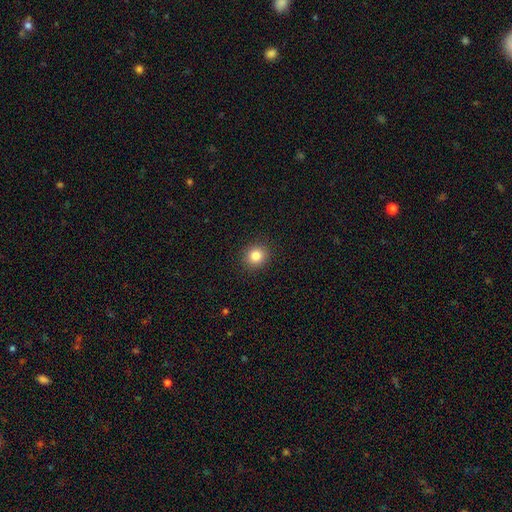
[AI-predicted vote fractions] Smooth or featured: smooth — 83% (star or artifact — 11%)
How rounded: round — 88% (in between — 11%)
Merging: none — 92% (minor disturbance — 5%)